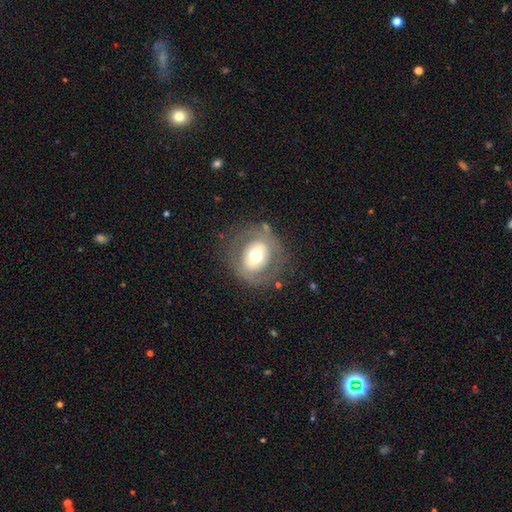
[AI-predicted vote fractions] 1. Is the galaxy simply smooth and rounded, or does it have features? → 46% smooth (tied), 46% featured or disk (tied), 8% star or artifact.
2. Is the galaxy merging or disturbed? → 76% none, 13% minor disturbance, 10% major disturbance, 2% merger.